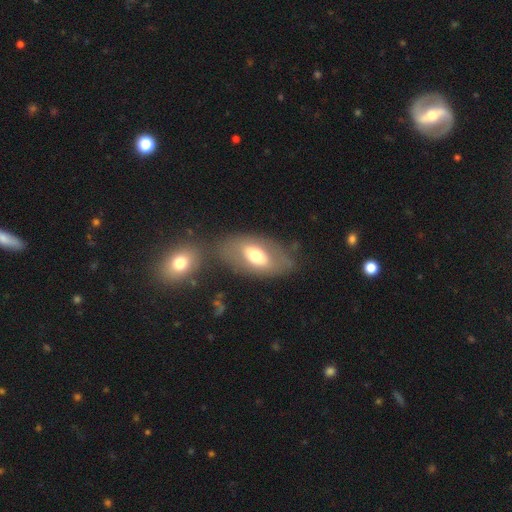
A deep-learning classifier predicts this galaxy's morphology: Smooth or featured: smooth — 55% (featured or disk — 37%)
How rounded: in between — 89% (round — 7%)
Merging: none — 59% (minor disturbance — 16%)